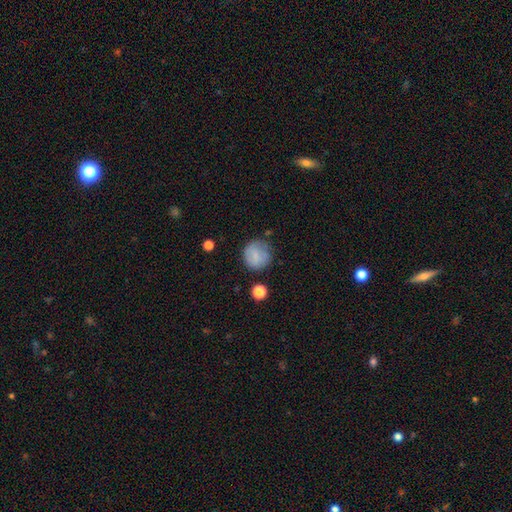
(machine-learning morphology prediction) smooth 78%, featured or disk 13%, star or artifact 9%. Down the decision tree: how rounded — round (88%); merging — none (73%).